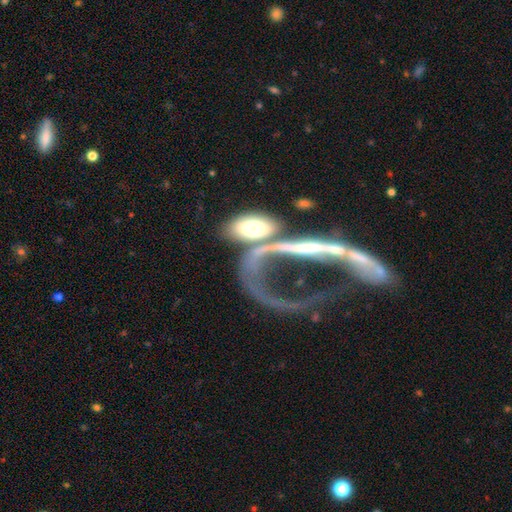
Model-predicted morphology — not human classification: smooth-or-featured: featured or disk: 66% | smooth: 18% | star or artifact: 16%
  disk-edge-on: no: 83% | yes: 17%
    bar: no: 66% | weak: 18% | strong: 16%
    has-spiral-arms: no: 57% | yes: 43%
    bulge-size: small: 36% | none: 32% | moderate: 23% | large: 6% | dominant: 4%
  merging: merger: 45% | major disturbance: 34% | none: 13% | minor disturbance: 7%